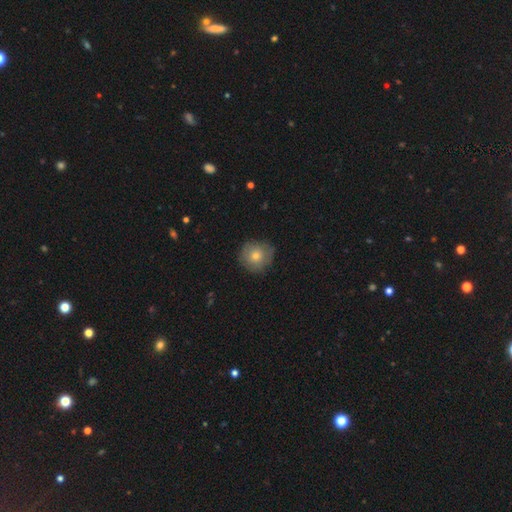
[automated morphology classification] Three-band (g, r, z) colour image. It shows a smooth galaxy with no disk features (72%) that is round (92%). Merging: none (78%).